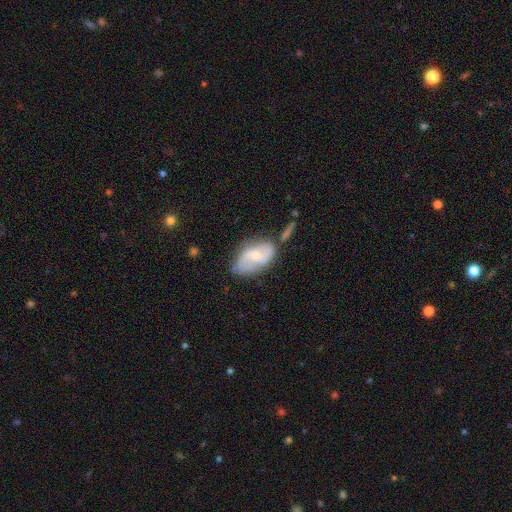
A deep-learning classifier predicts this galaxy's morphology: Smooth or featured: featured or disk — 58% (smooth — 36%)
Edge-on disk: no — 95% (yes — 5%)
Bar: no — 48% (weak — 41%)
Spiral arms: yes — 80% (no — 20%)
Bulge size: small — 56% (moderate — 39%)
Merging: none — 58% (minor disturbance — 24%)